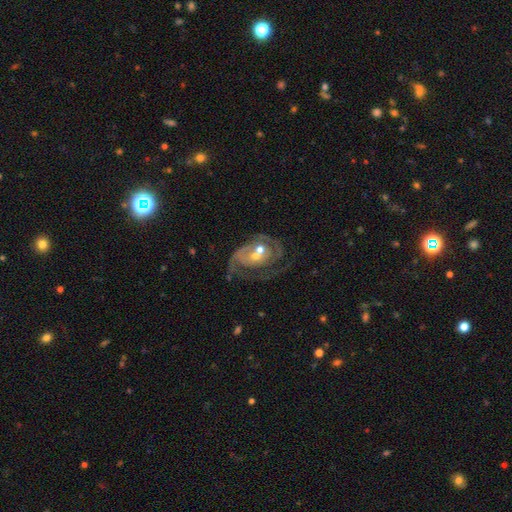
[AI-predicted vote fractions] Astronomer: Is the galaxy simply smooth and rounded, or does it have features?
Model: featured or disk — 82%.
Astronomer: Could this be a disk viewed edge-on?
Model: no — 97%.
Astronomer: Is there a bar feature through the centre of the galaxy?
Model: no — 65%.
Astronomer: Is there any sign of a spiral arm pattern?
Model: yes — 86%.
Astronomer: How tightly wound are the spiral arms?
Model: tight — 47% (runner-up: medium, 37%).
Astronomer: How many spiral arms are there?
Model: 2 — 44% (runner-up: can't tell, 23%).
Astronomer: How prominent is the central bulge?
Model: moderate — 54% (runner-up: small, 39%).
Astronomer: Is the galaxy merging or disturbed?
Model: none — 34% (runner-up: merger, 31%).